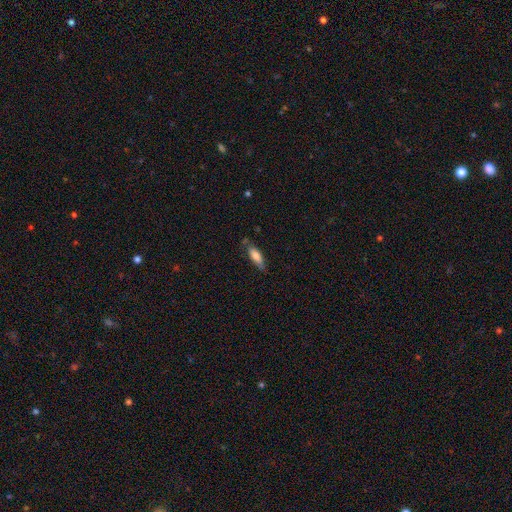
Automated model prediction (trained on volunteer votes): Smooth or featured?
  - smooth: 73% *
  - featured or disk: 21%
  - star or artifact: 7%
How rounded?
  - in between: 57% *
  - cigar-shaped: 41%
  - round: 2%
Merging?
  - none: 67% *
  - minor disturbance: 24%
  - major disturbance: 6%
  - merger: 3%